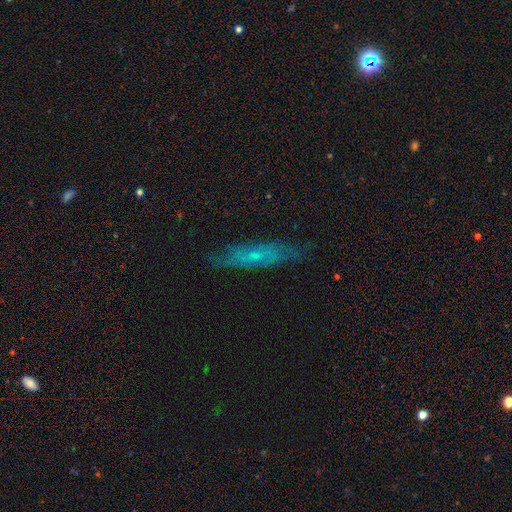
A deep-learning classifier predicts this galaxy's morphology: type=featured or disk (47%); merging=none (80%).